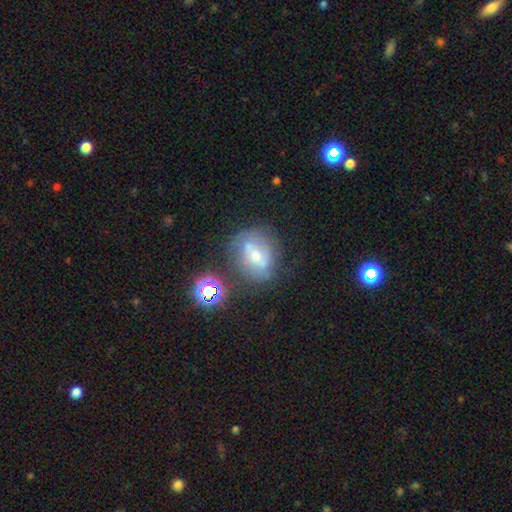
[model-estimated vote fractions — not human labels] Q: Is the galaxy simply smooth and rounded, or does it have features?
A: featured or disk — 54%.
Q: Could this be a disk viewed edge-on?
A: no — 94%.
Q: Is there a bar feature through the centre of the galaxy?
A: weak — 44%.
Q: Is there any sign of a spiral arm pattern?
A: yes — 68%.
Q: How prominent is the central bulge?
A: moderate — 47%.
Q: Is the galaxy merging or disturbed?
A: none — 57%.